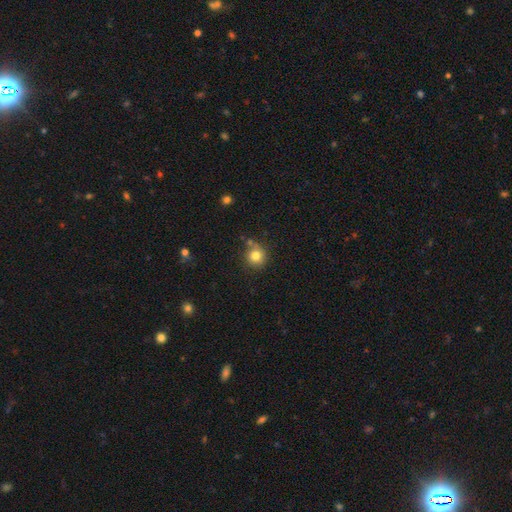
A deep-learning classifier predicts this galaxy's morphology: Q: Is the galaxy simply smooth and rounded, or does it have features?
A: smooth — 81%.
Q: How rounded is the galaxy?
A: round — 91%.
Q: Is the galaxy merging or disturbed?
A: none — 71%.